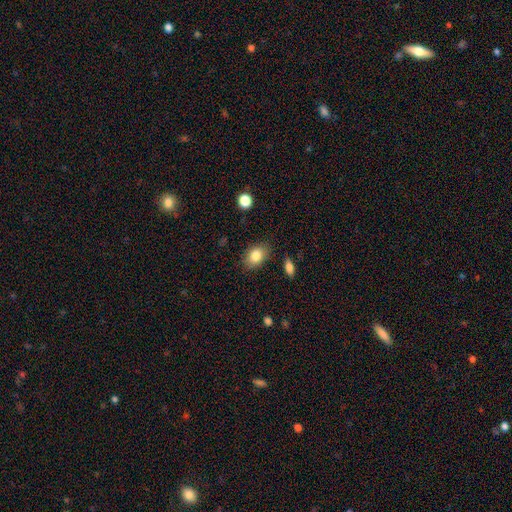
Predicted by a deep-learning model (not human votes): Overall: smooth (84%). How rounded: in between (80%). Merging: none (82%).